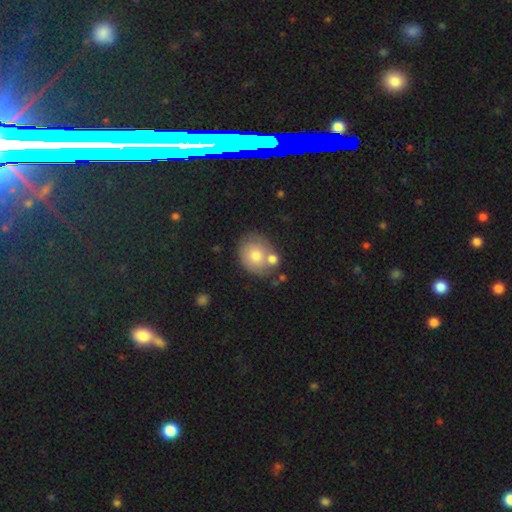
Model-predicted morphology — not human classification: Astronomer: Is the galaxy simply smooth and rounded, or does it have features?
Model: smooth — 70%.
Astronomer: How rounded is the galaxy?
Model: round — 60% (runner-up: in between, 39%).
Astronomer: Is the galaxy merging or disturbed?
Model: none — 53%.